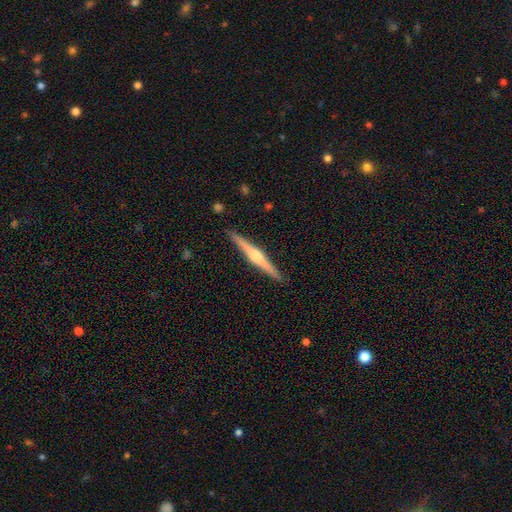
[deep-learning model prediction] featured or disk 74%, smooth 21%, star or artifact 5%. Down the decision tree: edge-on disk — yes (99%); edge-on bulge — rounded (84%); merging — none (91%).